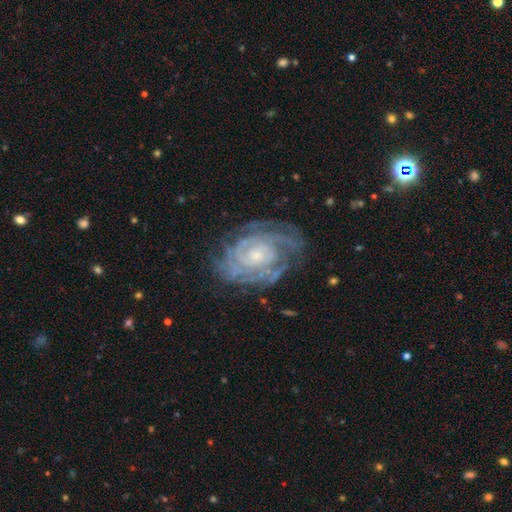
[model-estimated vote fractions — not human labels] Smooth or featured? Predicted: featured or disk (p=0.87). Edge-on disk? Predicted: no (p=0.97). Bar? Predicted: no (p=0.72). Spiral arms? Predicted: yes (p=0.96). Spiral winding? Predicted: tight (p=0.78). Spiral arm count? Predicted: can't tell (p=0.35). Bulge size? Predicted: small (p=0.65). Merging? Predicted: none (p=0.72).